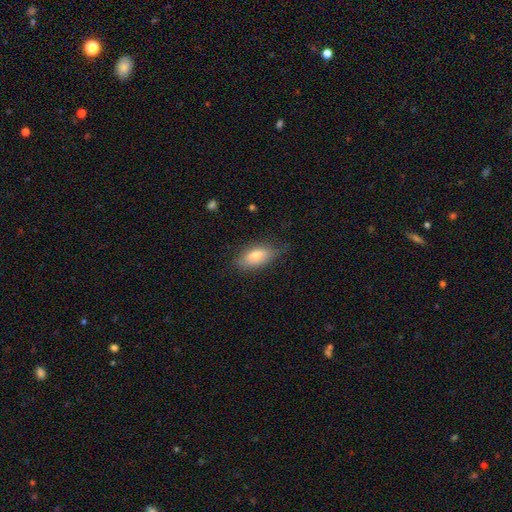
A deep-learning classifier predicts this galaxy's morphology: Smooth or featured? Predicted: smooth (p=0.71). How rounded? Predicted: in between (p=0.84). Merging? Predicted: none (p=0.67).